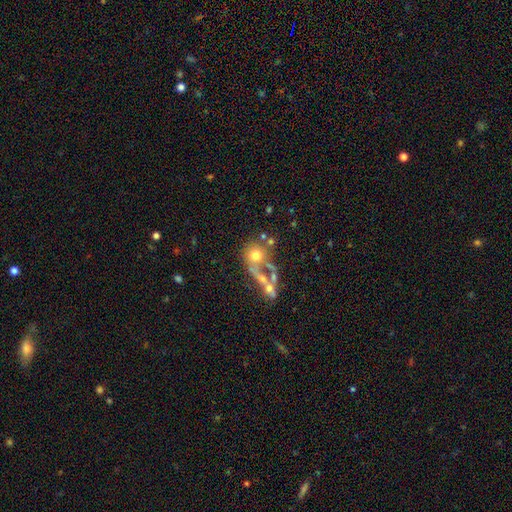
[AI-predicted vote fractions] This appears to be a smooth galaxy with no disk features (55%) that is round (81%). Merging: merger (41%).